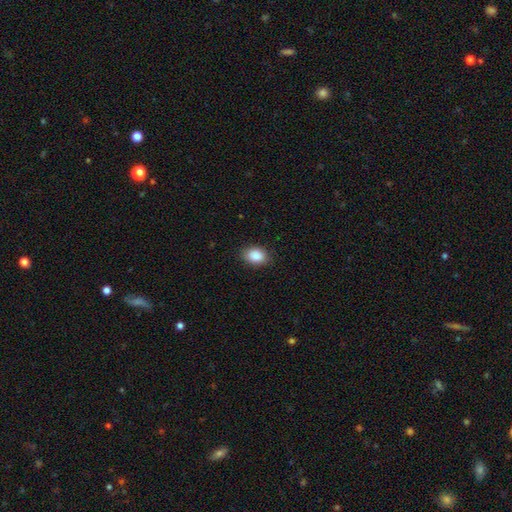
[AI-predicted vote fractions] smooth_or_featured: smooth (p=0.89) [alt: star or artifact p=0.08]
how_rounded: in between (p=0.73) [alt: round p=0.26]
merging: none (p=0.85) [alt: minor disturbance p=0.11]